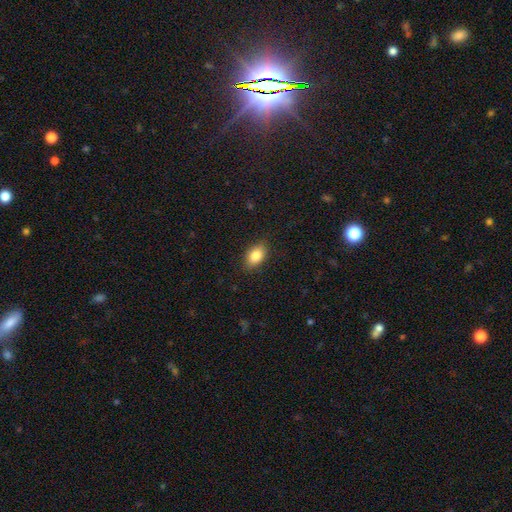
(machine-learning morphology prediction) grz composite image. It shows a smooth galaxy with no disk features (84%) that is in between round and cigar-shaped (89%). Merging: none (86%).